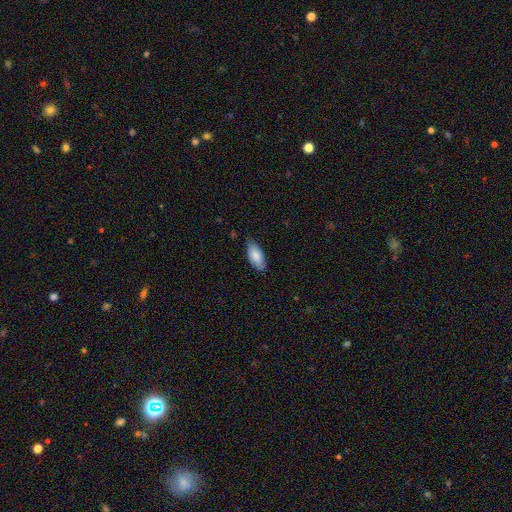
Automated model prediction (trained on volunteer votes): This appears to be a smooth galaxy with no disk features (84%) that is in between round and cigar-shaped (88%). Merging: none (78%).